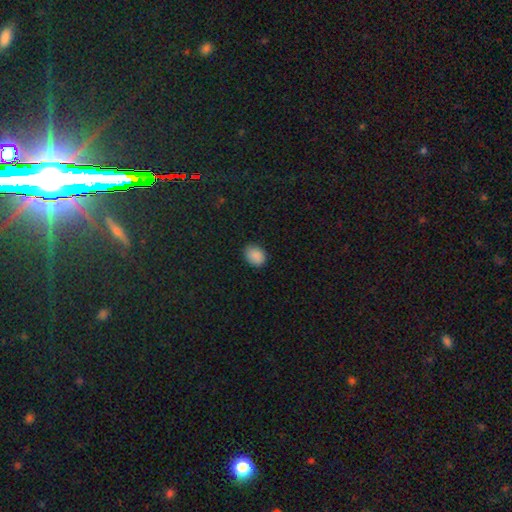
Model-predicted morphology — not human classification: smooth-or-featured: smooth: 88% | star or artifact: 9% | featured or disk: 3%
  how-rounded: in between: 56% | round: 43% | cigar-shaped: 1%
  merging: none: 85% | minor disturbance: 11% | major disturbance: 2% | merger: 1%